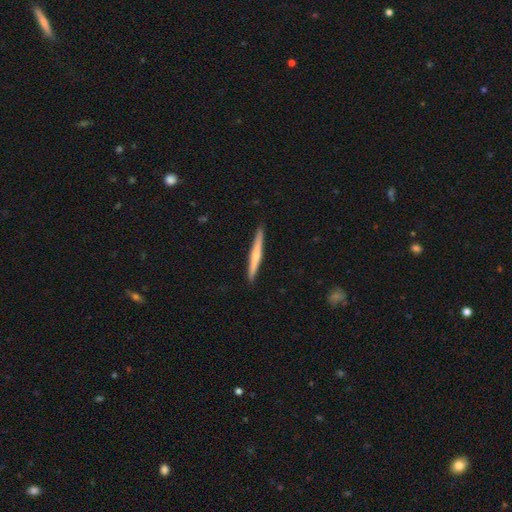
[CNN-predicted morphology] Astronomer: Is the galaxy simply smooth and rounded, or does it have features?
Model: smooth — 52% (runner-up: featured or disk, 43%).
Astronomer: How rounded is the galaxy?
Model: cigar-shaped — 96%.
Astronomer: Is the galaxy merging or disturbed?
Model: none — 92%.